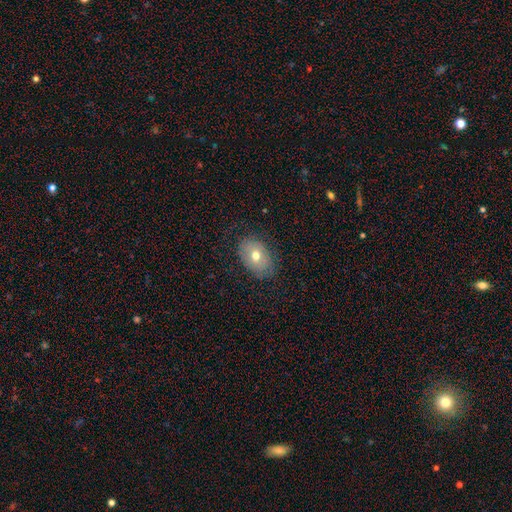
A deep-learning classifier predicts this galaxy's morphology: This is likely a smooth galaxy (66%). How rounded: likely in between (79%). Merging: likely none (79%).